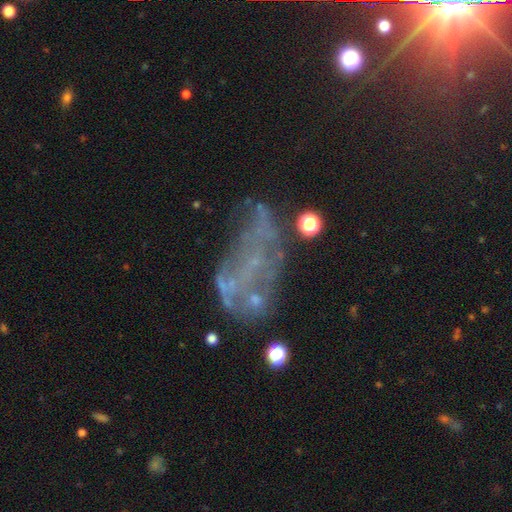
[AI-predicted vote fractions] smooth_or_featured: featured or disk (p=0.59) [alt: smooth p=0.22]
disk_edge_on: no (p=0.96) [alt: yes p=0.04]
bar: no (p=0.86) [alt: weak p=0.10]
has_spiral_arms: no (p=0.83) [alt: yes p=0.17]
bulge_size: none (p=0.64) [alt: small p=0.28]
merging: none (p=0.35) [alt: major disturbance p=0.33]